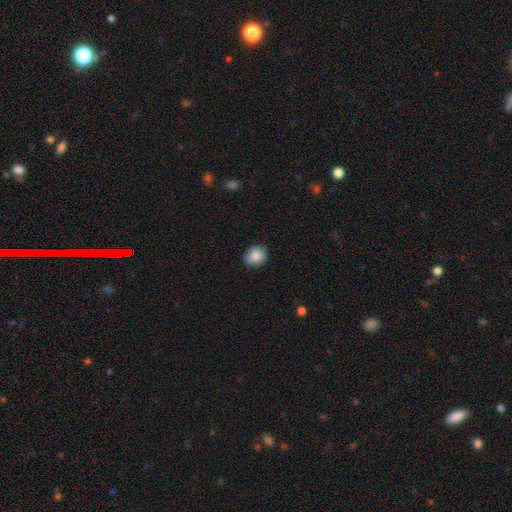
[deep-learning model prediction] smooth_or_featured: smooth (p=0.87) [alt: star or artifact p=0.08]
how_rounded: round (p=0.62) [alt: in between p=0.37]
merging: none (p=0.81) [alt: minor disturbance p=0.15]